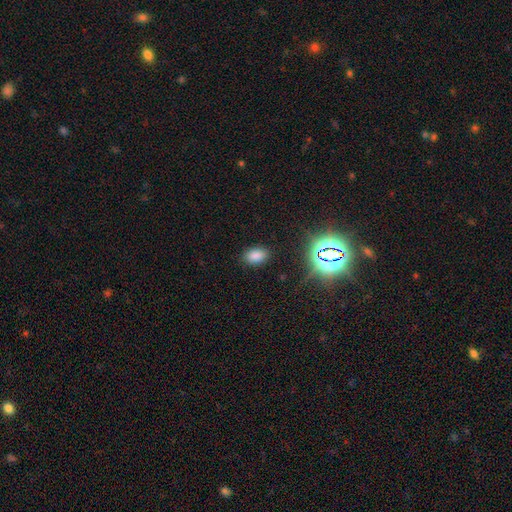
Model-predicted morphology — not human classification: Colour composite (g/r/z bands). It shows a smooth galaxy with no disk features (78%) that is in between round and cigar-shaped (88%). Merging: none (86%).